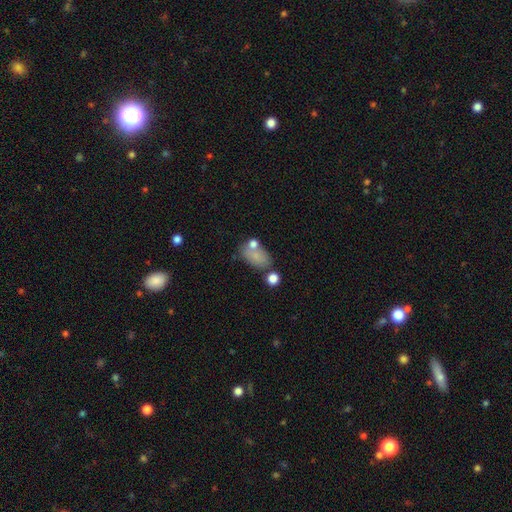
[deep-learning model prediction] A smooth galaxy with no disk features (75%) that is in between round and cigar-shaped (87%). Merging: none (50%).